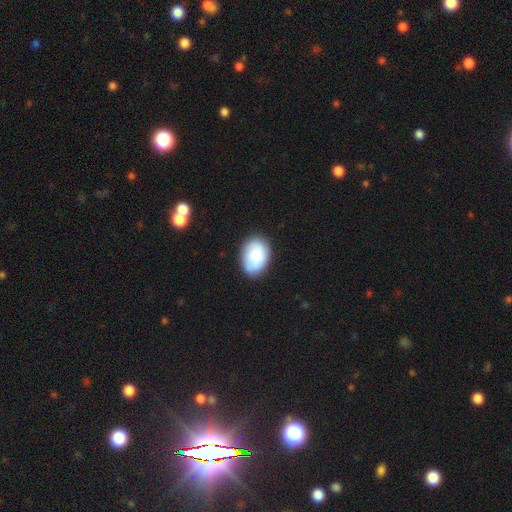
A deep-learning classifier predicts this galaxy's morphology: Overall: smooth (81%). How rounded: in between (80%). Merging: none (81%).